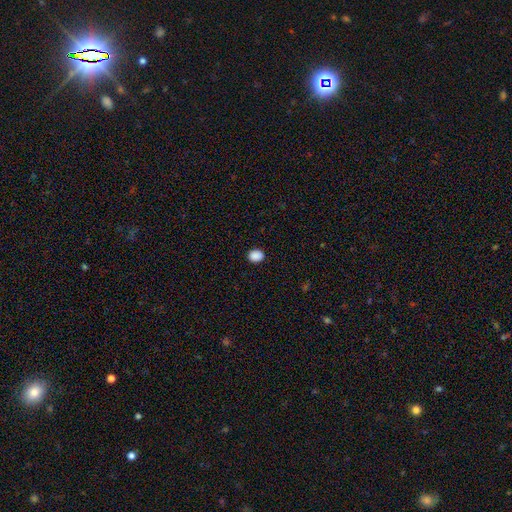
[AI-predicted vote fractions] A smooth galaxy with no disk features (89%) that is round (51%).

Vote fractions:
- Smooth or featured? smooth: 89% / star or artifact: 9% / featured or disk: 2%
- How rounded? round: 51% / in between: 48% / cigar-shaped: 1%
- Merging? none: 90% / minor disturbance: 7% / major disturbance: 2% / merger: 1%